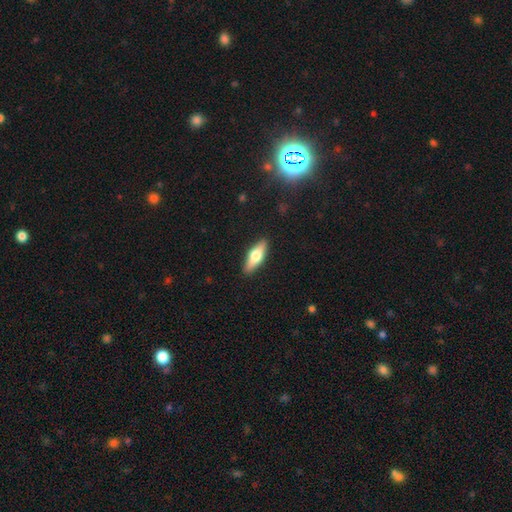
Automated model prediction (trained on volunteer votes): Smooth or featured? smooth (56%)
How rounded? in between (56%)
Merging? none (90%)